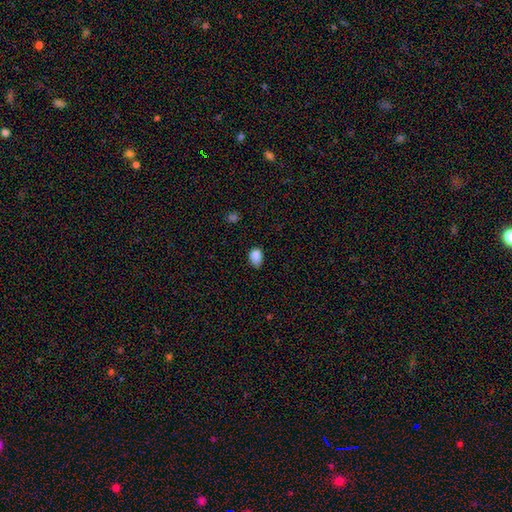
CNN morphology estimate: smooth 86%, star or artifact 9%, featured or disk 5%. Down the decision tree: how rounded — in between (76%); merging — none (59%).